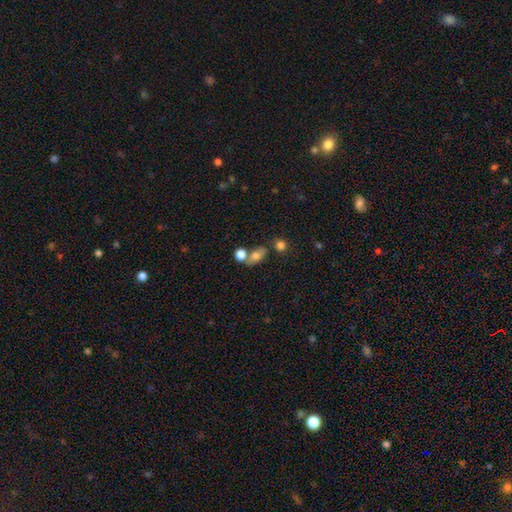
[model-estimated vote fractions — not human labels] smooth_or_featured: smooth (p=0.73) [alt: featured or disk p=0.15]
how_rounded: in between (p=0.73) [alt: round p=0.22]
merging: none (p=0.47) [alt: merger p=0.30]